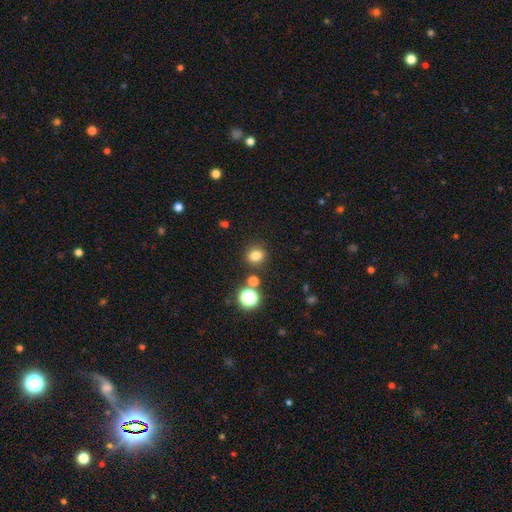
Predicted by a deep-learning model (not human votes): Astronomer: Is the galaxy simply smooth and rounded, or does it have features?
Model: smooth — 79%.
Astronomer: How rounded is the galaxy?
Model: round — 72%.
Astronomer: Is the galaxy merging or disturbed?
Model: none — 84%.